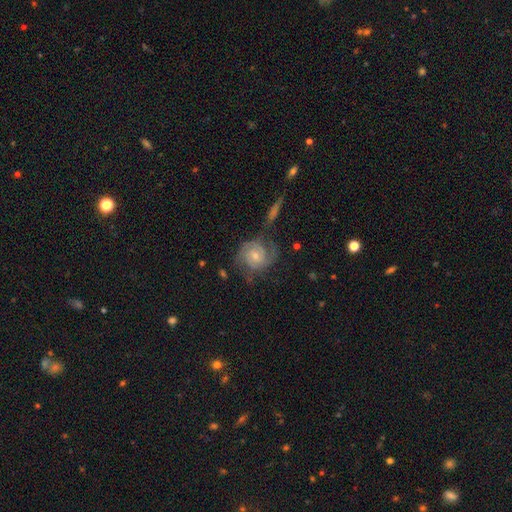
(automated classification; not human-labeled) featured or disk 81%, smooth 11%, star or artifact 8%. Down the decision tree: edge-on disk — no (97%); bar — no (67%); spiral arms — yes (95%); spiral arm count — 2 (63%); spiral winding — tight (55%); bulge size — small (53%); merging — none (67%).